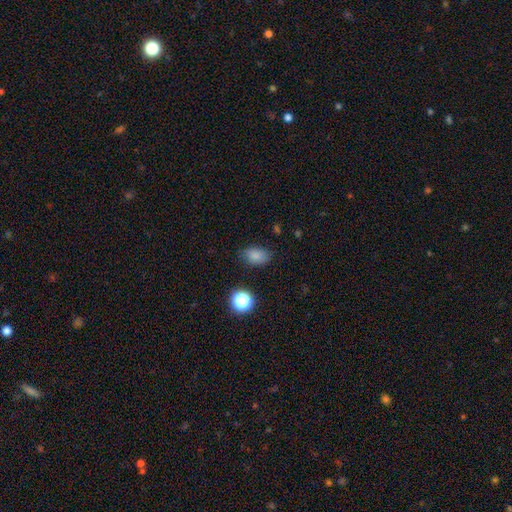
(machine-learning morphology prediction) Overall: smooth (82%). How rounded: in between (81%). Merging: none (77%).